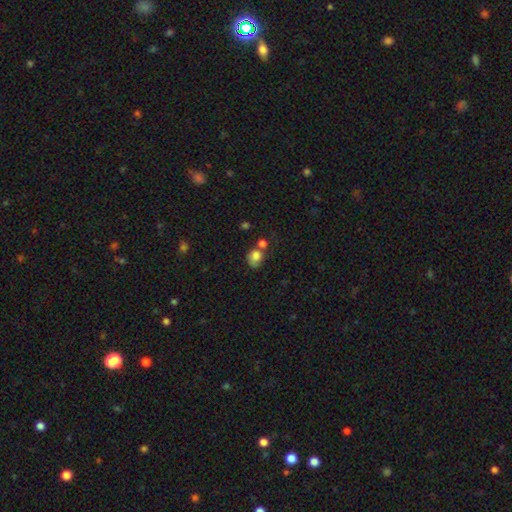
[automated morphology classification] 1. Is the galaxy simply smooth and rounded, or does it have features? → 79% smooth, 11% featured or disk, 10% star or artifact.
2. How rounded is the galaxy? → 58% round, 41% in between, 1% cigar-shaped.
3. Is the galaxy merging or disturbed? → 39% none, 33% merger, 19% minor disturbance, 10% major disturbance.